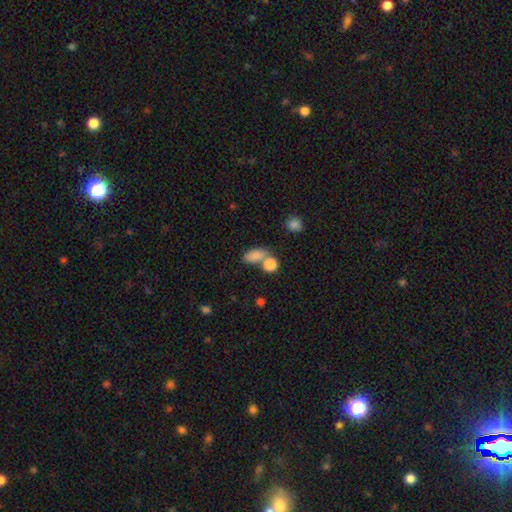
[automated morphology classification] A smooth galaxy with no disk features (83%) that is in between round and cigar-shaped (80%).

Vote fractions:
- Smooth or featured? smooth: 83% / star or artifact: 11% / featured or disk: 7%
- How rounded? in between: 80% / round: 15% / cigar-shaped: 4%
- Merging? none: 49% / merger: 33% / minor disturbance: 13% / major disturbance: 6%